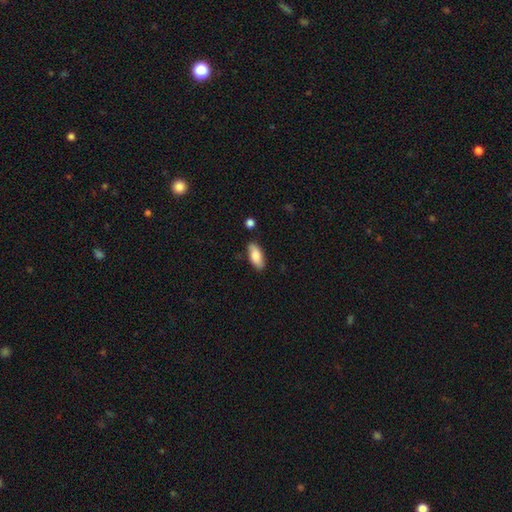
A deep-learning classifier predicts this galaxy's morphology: A smooth galaxy with no disk features (80%) that is in between round and cigar-shaped (84%).

Vote fractions:
- Smooth or featured? smooth: 80% / featured or disk: 14% / star or artifact: 6%
- How rounded? in between: 84% / cigar-shaped: 14% / round: 2%
- Merging? none: 82% / minor disturbance: 13% / merger: 3% / major disturbance: 2%